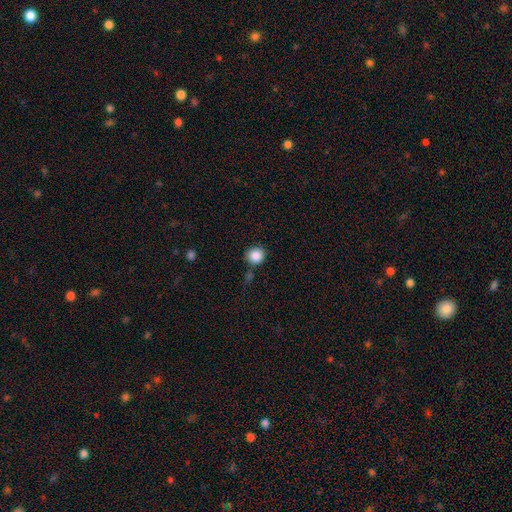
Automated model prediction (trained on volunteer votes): A smooth galaxy with no disk features (87%) that is round (91%). Merging: none (78%).